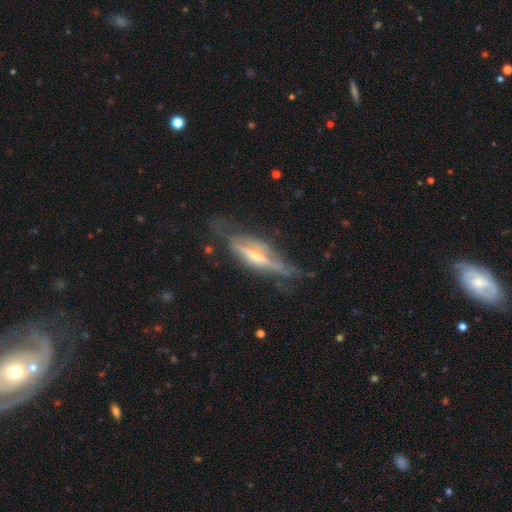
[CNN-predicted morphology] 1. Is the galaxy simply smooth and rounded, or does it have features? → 73% featured or disk, 20% smooth, 7% star or artifact.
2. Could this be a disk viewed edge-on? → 83% yes, 17% no.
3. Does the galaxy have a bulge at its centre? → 75% rounded, 14% boxy, 11% none.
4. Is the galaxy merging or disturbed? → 56% none, 26% minor disturbance, 16% major disturbance, 2% merger.